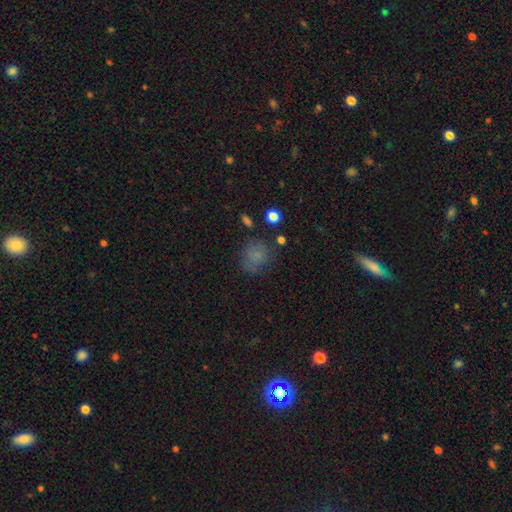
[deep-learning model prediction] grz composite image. It shows a smooth galaxy with no disk features (74%) that is round (68%). Merging: none (66%).